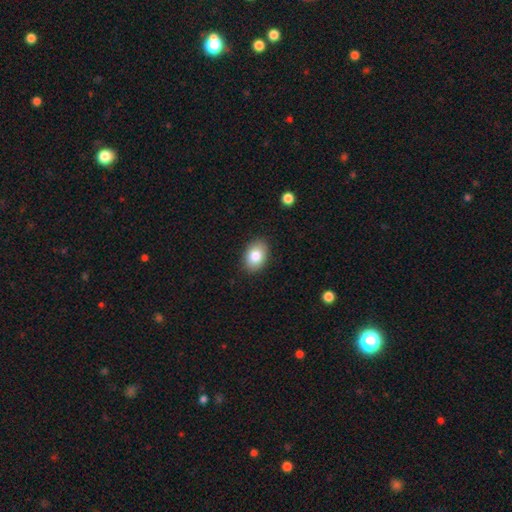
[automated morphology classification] type=smooth (83%); roundness=in between (83%); merging=none (88%).